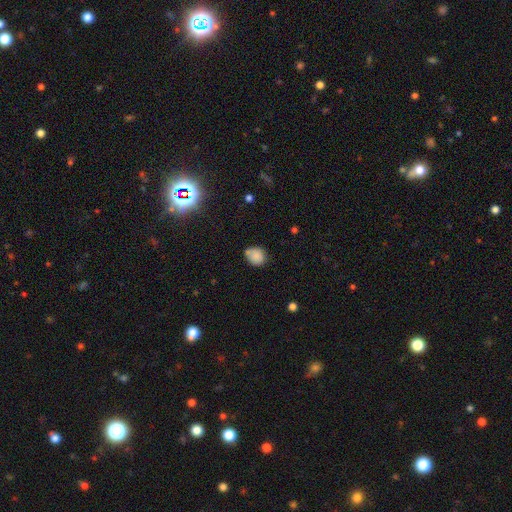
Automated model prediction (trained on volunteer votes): smooth 81%, star or artifact 11%, featured or disk 8%. Down the decision tree: how rounded — round (69%); merging — none (60%).